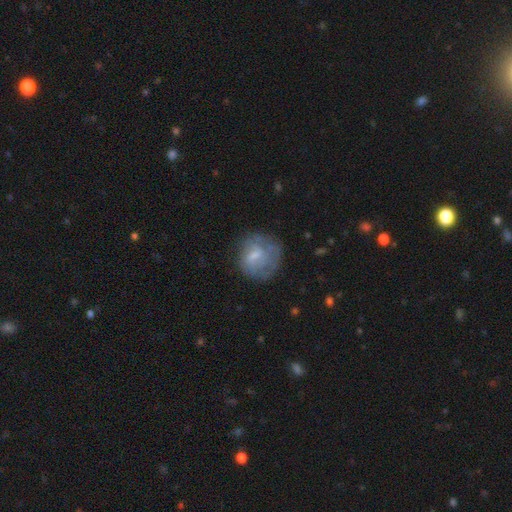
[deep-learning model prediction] Overall: smooth (55%; featured or disk 36%). How rounded: round (79%). Merging: none (57%; minor disturbance 24%).